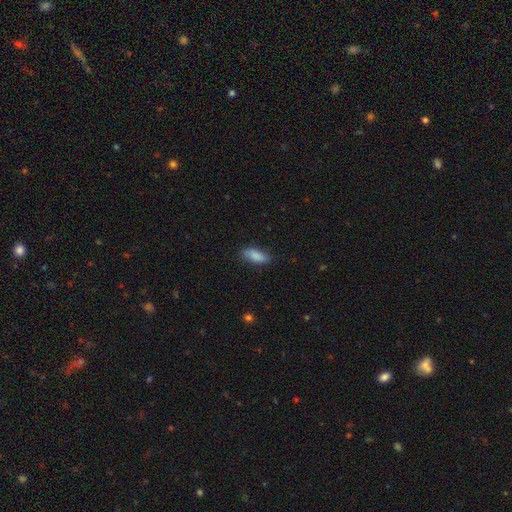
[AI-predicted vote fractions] A smooth galaxy with no disk features (86%) that is in between round and cigar-shaped (80%).

Vote fractions:
- Smooth or featured? smooth: 86% / featured or disk: 8% / star or artifact: 7%
- How rounded? in between: 80% / cigar-shaped: 18% / round: 2%
- Merging? none: 74% / minor disturbance: 20% / major disturbance: 4% / merger: 1%